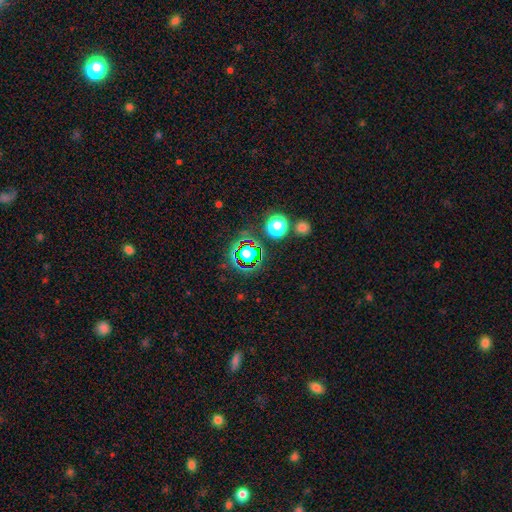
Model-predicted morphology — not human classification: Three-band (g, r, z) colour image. It shows a star or artifact, not a galaxy (68%).